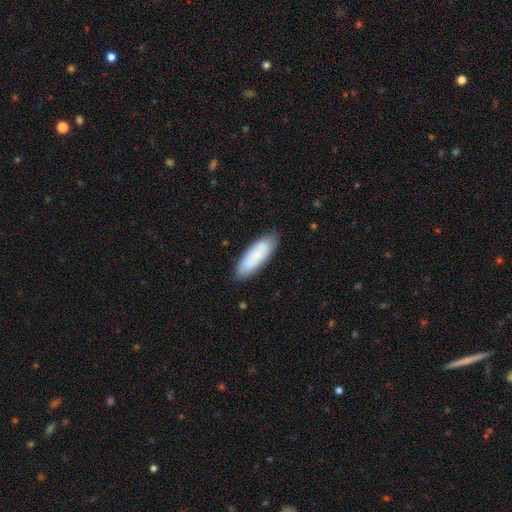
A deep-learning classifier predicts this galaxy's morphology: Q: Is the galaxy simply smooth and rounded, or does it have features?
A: smooth — 76%.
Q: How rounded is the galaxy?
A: in between — 63%.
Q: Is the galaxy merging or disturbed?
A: none — 83%.